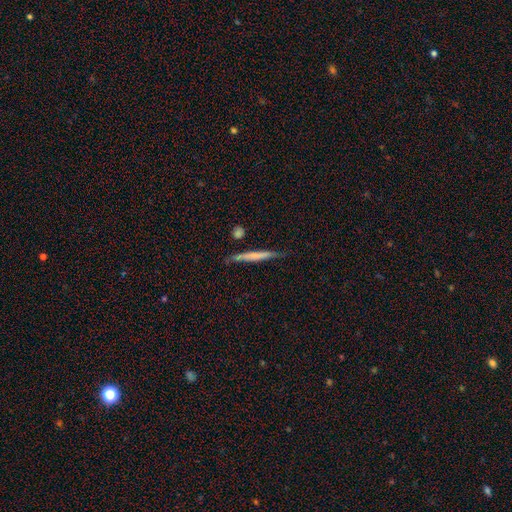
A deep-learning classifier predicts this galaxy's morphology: Smooth or featured? smooth (60%)
How rounded? cigar-shaped (95%)
Merging? none (76%)